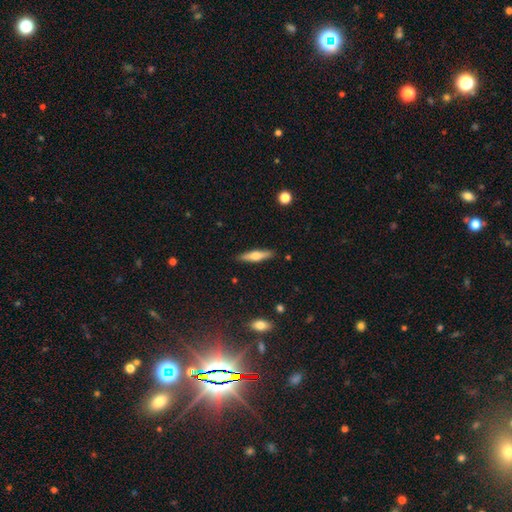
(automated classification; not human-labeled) Smooth or featured?
  - smooth: 51% *
  - featured or disk: 43%
  - star or artifact: 6%
How rounded?
  - cigar-shaped: 77% *
  - in between: 21%
  - round: 2%
Merging?
  - none: 89% *
  - minor disturbance: 8%
  - major disturbance: 2%
  - merger: 1%